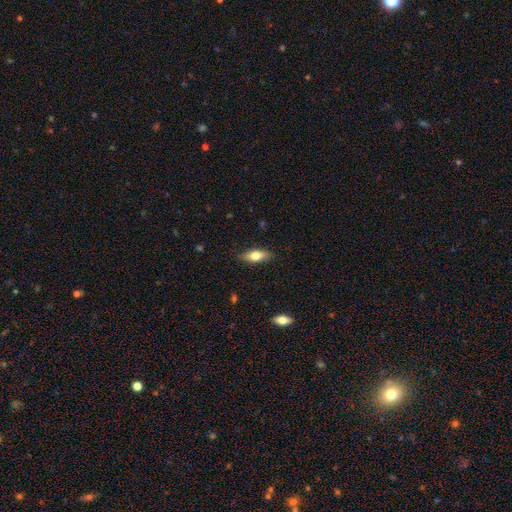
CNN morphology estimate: Smooth or featured: smooth — 74% (featured or disk — 19%)
How rounded: in between — 76% (cigar-shaped — 21%)
Merging: none — 85% (minor disturbance — 11%)